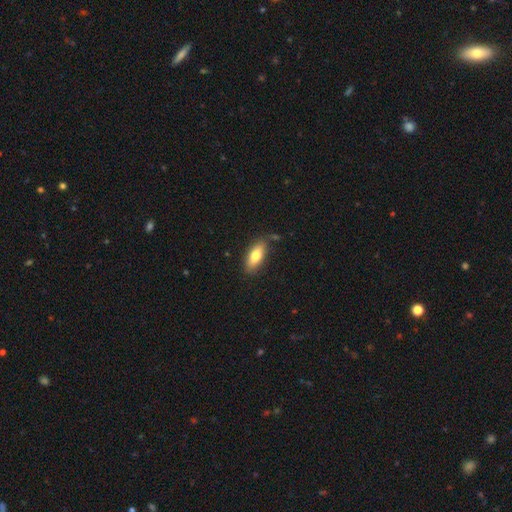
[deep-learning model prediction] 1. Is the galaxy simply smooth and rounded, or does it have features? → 76% smooth, 18% featured or disk, 7% star or artifact.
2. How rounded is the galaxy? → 77% in between, 20% cigar-shaped, 2% round.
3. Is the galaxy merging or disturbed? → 78% none, 16% minor disturbance, 3% merger, 3% major disturbance.